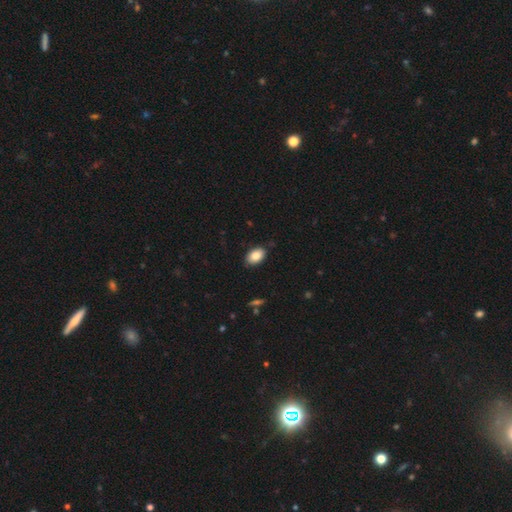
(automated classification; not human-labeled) A smooth galaxy with no disk features (85%) that is in between round and cigar-shaped (90%).

Vote fractions:
- Smooth or featured? smooth: 85% / featured or disk: 8% / star or artifact: 7%
- How rounded? in between: 90% / round: 9% / cigar-shaped: 1%
- Merging? none: 85% / minor disturbance: 12% / major disturbance: 2% / merger: 1%